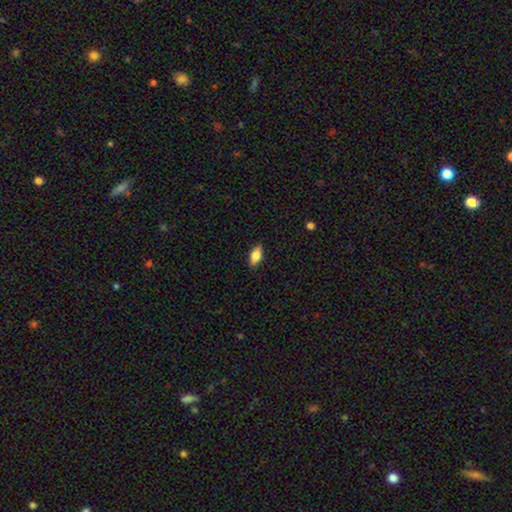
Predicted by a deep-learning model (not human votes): smooth 77%, featured or disk 16%, star or artifact 7%. Down the decision tree: how rounded — in between (85%); merging — none (86%).